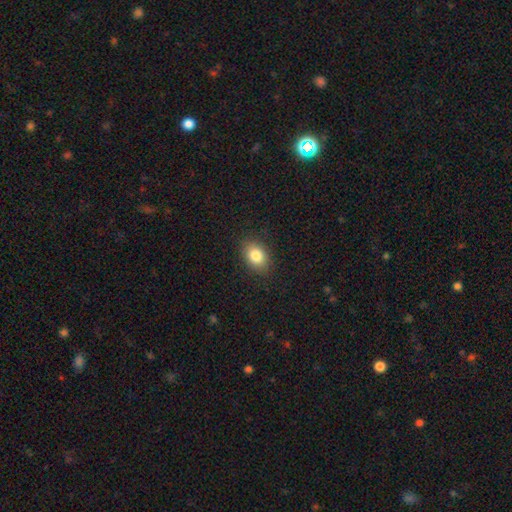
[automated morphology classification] A smooth galaxy with no disk features (83%) that is in between round and cigar-shaped (73%).

Vote fractions:
- Smooth or featured? smooth: 83% / star or artifact: 9% / featured or disk: 8%
- How rounded? in between: 73% / round: 25% / cigar-shaped: 1%
- Merging? none: 87% / minor disturbance: 9% / major disturbance: 3% / merger: 1%